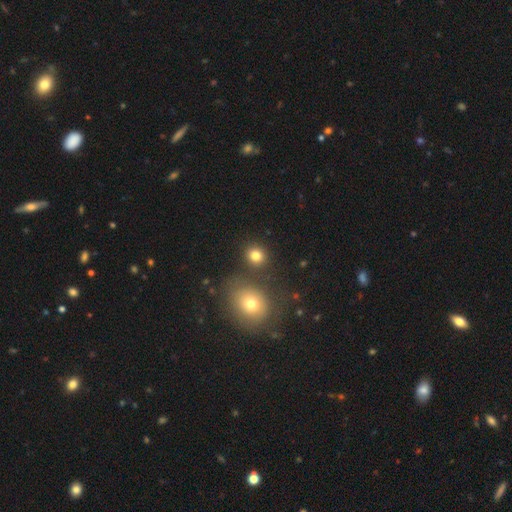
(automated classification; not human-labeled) Smooth or featured?
  - smooth: 80% *
  - star or artifact: 13%
  - featured or disk: 7%
How rounded?
  - round: 78% *
  - in between: 21%
  - cigar-shaped: 1%
Merging?
  - none: 81% *
  - merger: 9%
  - minor disturbance: 8%
  - major disturbance: 3%